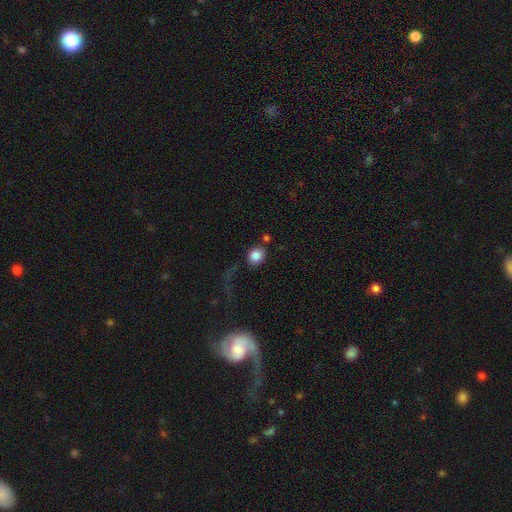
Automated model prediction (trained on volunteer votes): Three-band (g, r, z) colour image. It shows a smooth galaxy with no disk features (83%) that is round (67%). Merging: none (59%).